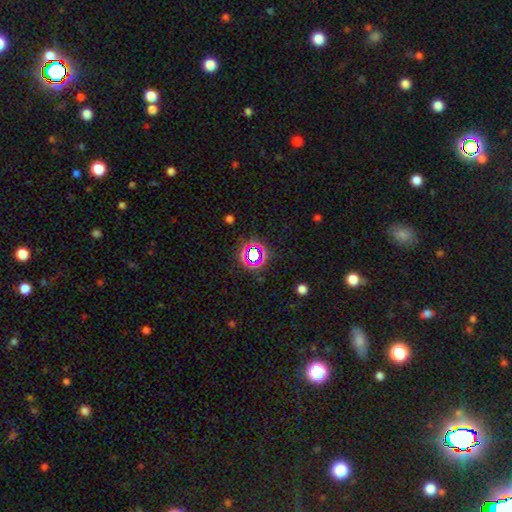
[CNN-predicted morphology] smooth-or-featured: star or artifact: 64% | smooth: 25% | featured or disk: 11%